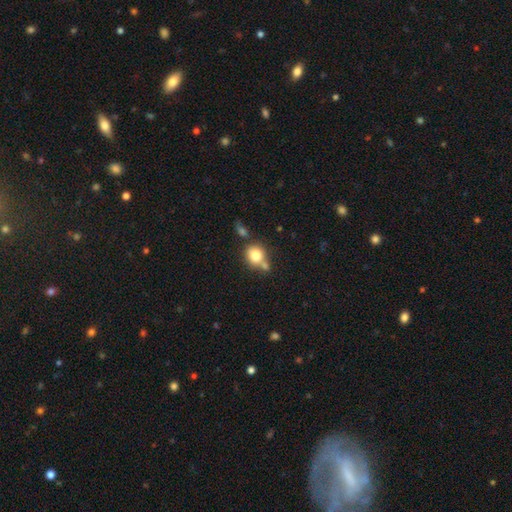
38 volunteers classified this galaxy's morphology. A smooth galaxy with no disk features (76%) that is round (79%).

Vote fractions:
- Smooth or featured? smooth: 76% / featured or disk: 18% / star or artifact: 5%
- How rounded? round: 79% / in between: 17% / cigar-shaped: 3%
- Merging? none: 44% / merger: 39% / minor disturbance: 11% / major disturbance: 6%